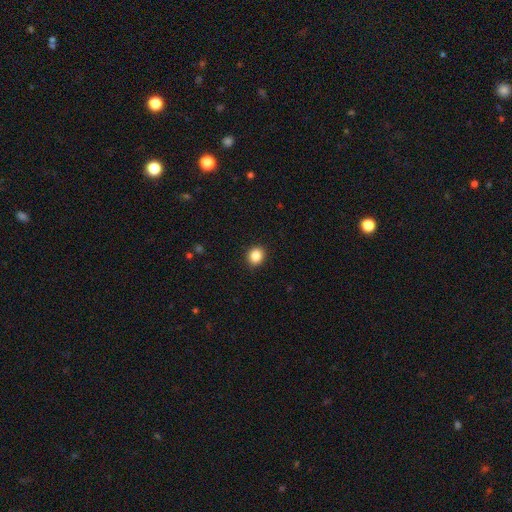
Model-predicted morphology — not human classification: A smooth galaxy with no disk features (87%) that is round (73%).

Vote fractions:
- Smooth or featured? smooth: 87% / star or artifact: 10% / featured or disk: 4%
- How rounded? round: 73% / in between: 26% / cigar-shaped: 1%
- Merging? none: 91% / minor disturbance: 6% / major disturbance: 2% / merger: 1%